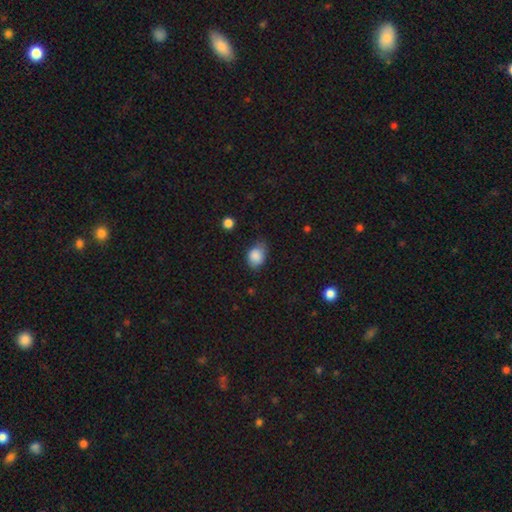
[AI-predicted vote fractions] smooth_or_featured: smooth (p=0.86) [alt: star or artifact p=0.08]
how_rounded: in between (p=0.73) [alt: round p=0.26]
merging: none (p=0.59) [alt: minor disturbance p=0.32]